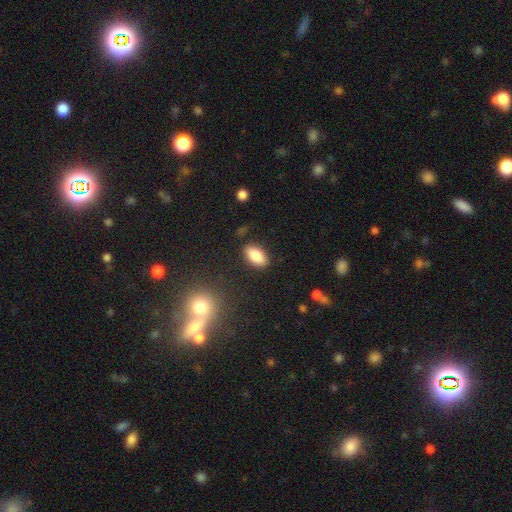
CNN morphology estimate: Overall: smooth (84%). How rounded: in between (91%). Merging: none (86%).